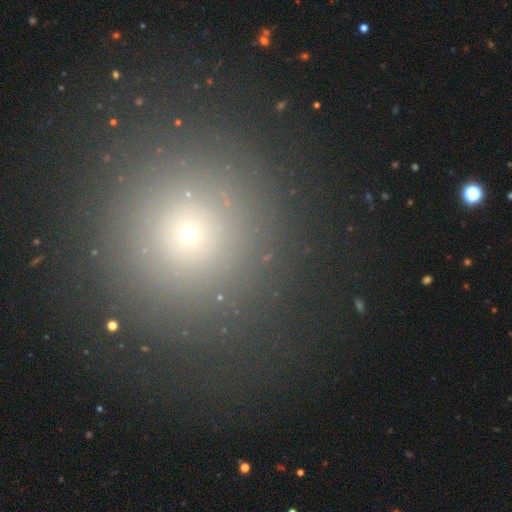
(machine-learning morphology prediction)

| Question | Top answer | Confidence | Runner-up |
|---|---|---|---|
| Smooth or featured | smooth | 62% | star or artifact (26%) |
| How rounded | round | 93% | in between (6%) |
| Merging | none | 85% | minor disturbance (8%) |